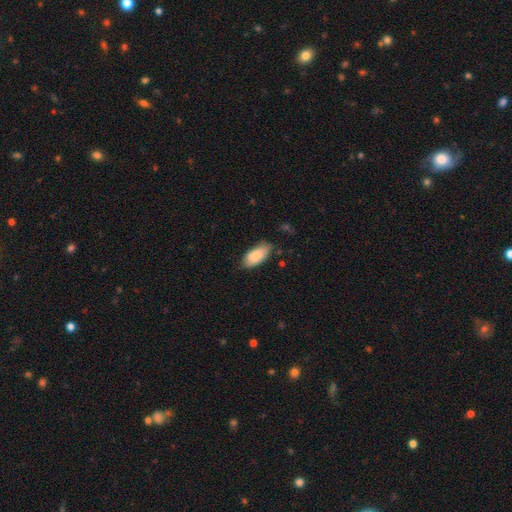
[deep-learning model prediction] A smooth galaxy with no disk features (80%) that is in between round and cigar-shaped (92%).

Vote fractions:
- Smooth or featured? smooth: 80% / featured or disk: 14% / star or artifact: 6%
- How rounded? in between: 92% / cigar-shaped: 6% / round: 2%
- Merging? none: 73% / minor disturbance: 22% / major disturbance: 3% / merger: 1%